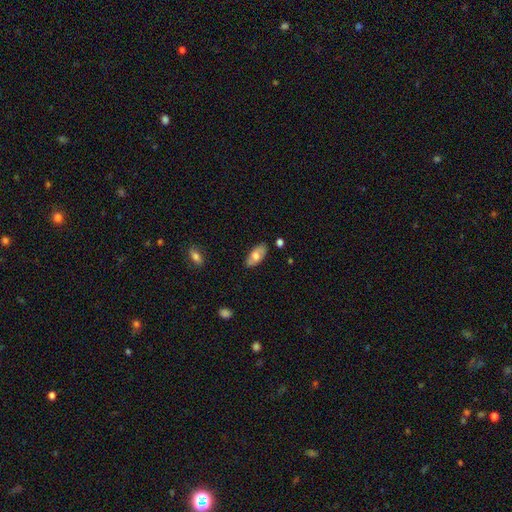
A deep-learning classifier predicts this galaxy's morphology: Smooth or featured: smooth — 62% (featured or disk — 31%)
How rounded: in between — 90% (cigar-shaped — 7%)
Merging: none — 81% (minor disturbance — 15%)